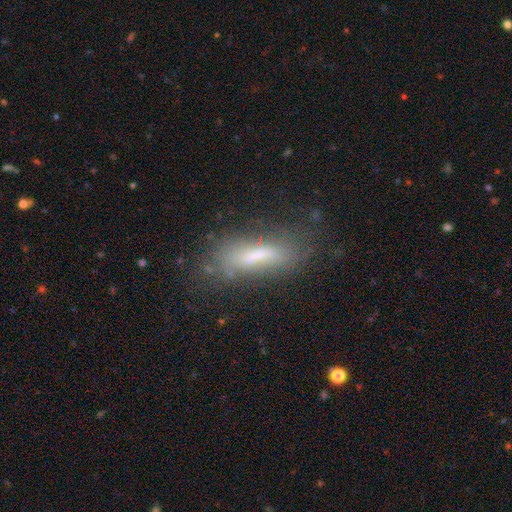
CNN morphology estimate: Overall: smooth (56%; featured or disk 33%). How rounded: cigar-shaped (59%; in between 39%). Merging: none (59%; minor disturbance 24%).